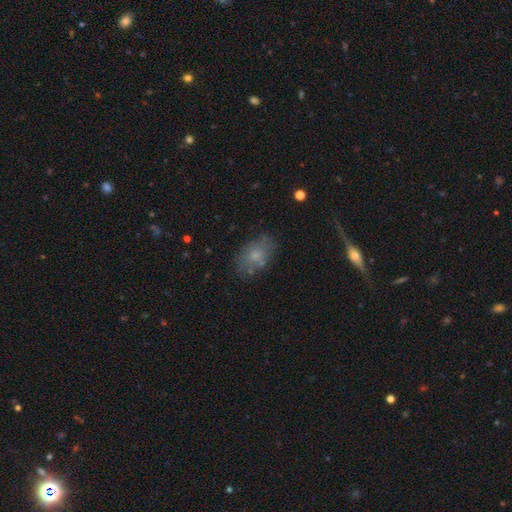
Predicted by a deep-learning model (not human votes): Smooth or featured?
  - smooth: 66% *
  - featured or disk: 22%
  - star or artifact: 11%
How rounded?
  - in between: 86% *
  - round: 12%
  - cigar-shaped: 2%
Merging?
  - none: 67% *
  - minor disturbance: 19%
  - major disturbance: 8%
  - merger: 6%